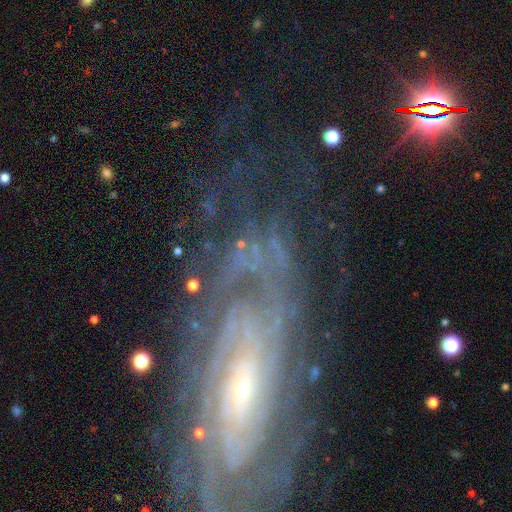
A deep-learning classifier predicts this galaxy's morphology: Smooth or featured? featured or disk (79%)
Edge-on disk? no (93%)
Bar? no (56%)
Spiral arms? yes (88%)
Spiral winding? tight (59%)
Spiral arm count? can't tell (44%)
Bulge size? small (65%)
Merging? none (59%)